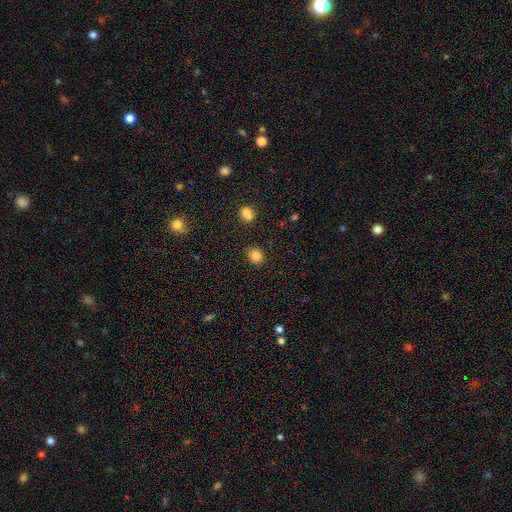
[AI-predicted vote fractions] Smooth or featured: smooth — 82% (star or artifact — 12%)
How rounded: round — 66% (in between — 33%)
Merging: none — 86% (minor disturbance — 9%)